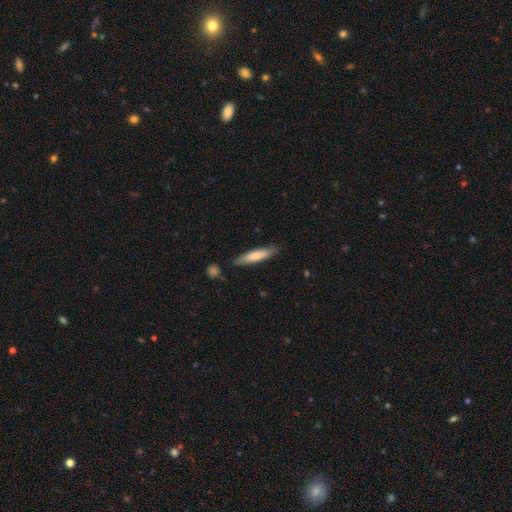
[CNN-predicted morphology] This is likely a smooth galaxy (70%). How rounded: clearly cigar-shaped (85%). Merging: clearly none (84%).